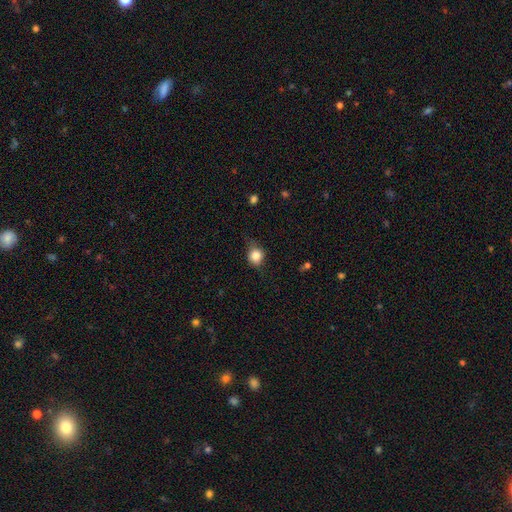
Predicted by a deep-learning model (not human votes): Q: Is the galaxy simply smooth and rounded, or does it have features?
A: smooth — 80%.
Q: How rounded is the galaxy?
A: round — 72%.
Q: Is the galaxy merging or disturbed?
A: none — 63%.